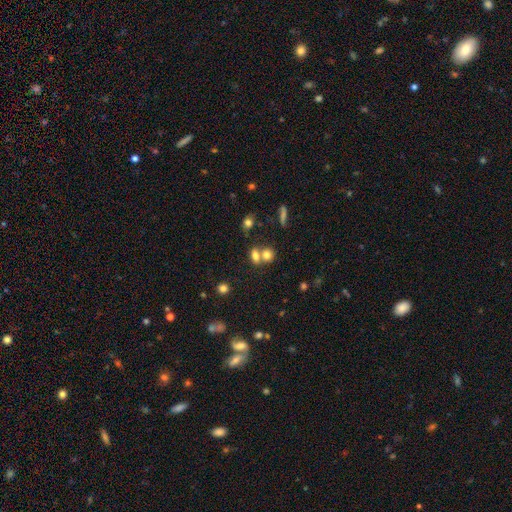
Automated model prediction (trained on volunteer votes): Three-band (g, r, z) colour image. It shows a smooth galaxy with no disk features (72%) that is in between round and cigar-shaped (52%). Merging: merger (54%).